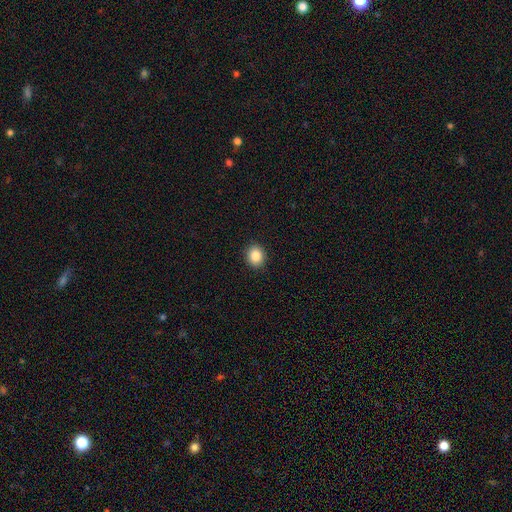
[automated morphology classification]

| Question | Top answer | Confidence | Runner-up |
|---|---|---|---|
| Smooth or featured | smooth | 86% | star or artifact (9%) |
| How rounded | round | 70% | in between (29%) |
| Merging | none | 91% | minor disturbance (6%) |